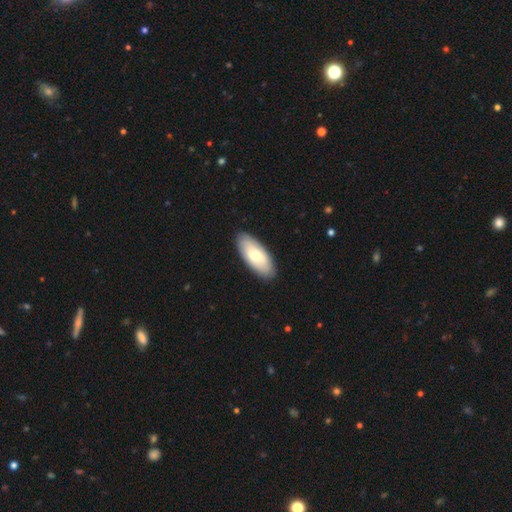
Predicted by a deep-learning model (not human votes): Overall: smooth (63%; featured or disk 32%). How rounded: in between (86%). Merging: none (88%).